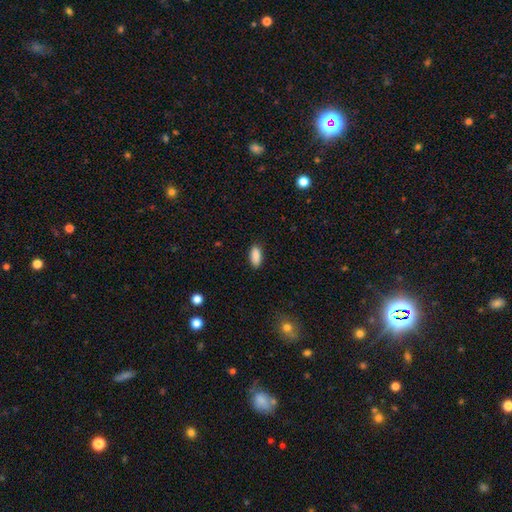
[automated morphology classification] Q: Smooth or featured?
A: smooth (89%); runner-up: star or artifact (7%)
Q: How rounded?
A: in between (89%); runner-up: cigar-shaped (9%)
Q: Merging?
A: none (86%); runner-up: minor disturbance (11%)